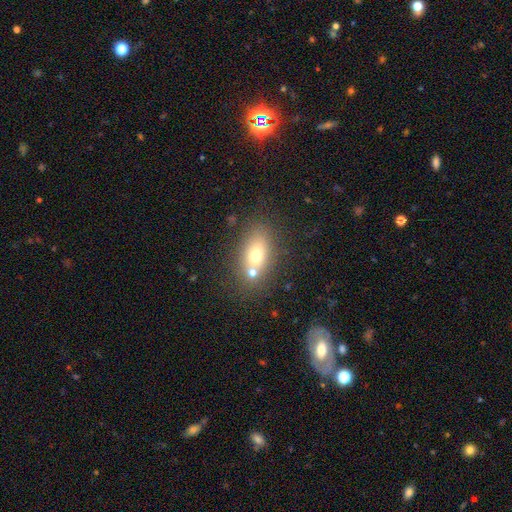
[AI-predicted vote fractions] Smooth or featured? smooth (67%)
How rounded? in between (78%)
Merging? none (58%)